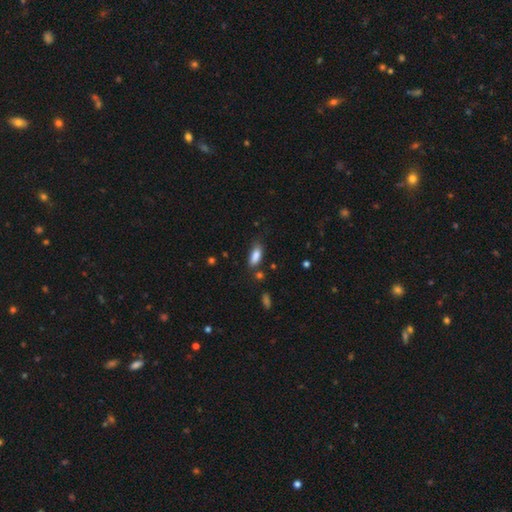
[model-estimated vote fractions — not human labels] smooth 85%, star or artifact 8%, featured or disk 7%. Down the decision tree: how rounded — in between (80%); merging — none (66%).